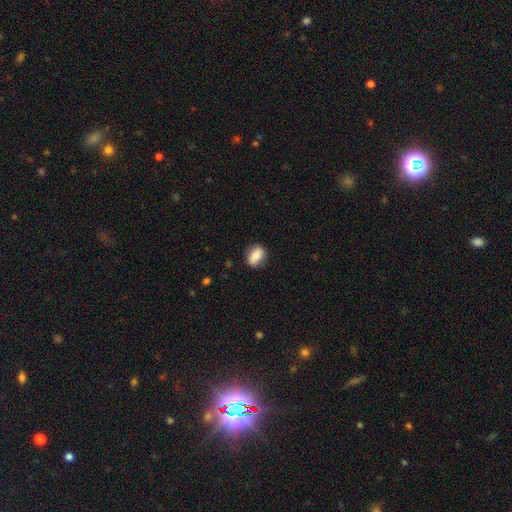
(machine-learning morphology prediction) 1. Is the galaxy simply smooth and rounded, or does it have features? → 82% smooth, 11% featured or disk, 7% star or artifact.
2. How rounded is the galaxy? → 69% in between, 29% round, 3% cigar-shaped.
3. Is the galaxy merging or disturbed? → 84% none, 12% minor disturbance, 3% major disturbance, 1% merger.